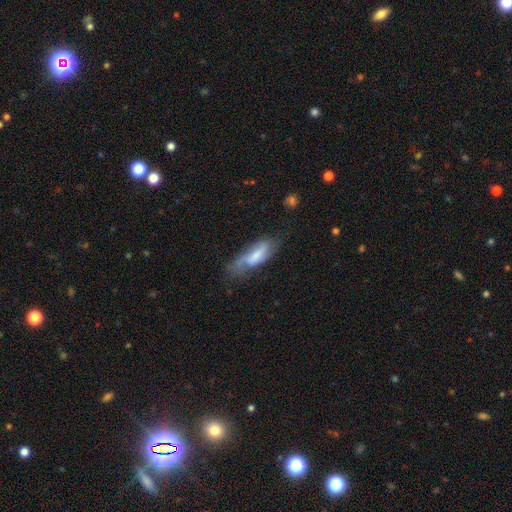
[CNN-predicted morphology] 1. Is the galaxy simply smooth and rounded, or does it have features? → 50% smooth, 43% featured or disk, 7% star or artifact.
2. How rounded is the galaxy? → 57% in between, 41% cigar-shaped, 2% round.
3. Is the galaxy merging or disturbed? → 46% none, 31% minor disturbance, 20% major disturbance, 3% merger.